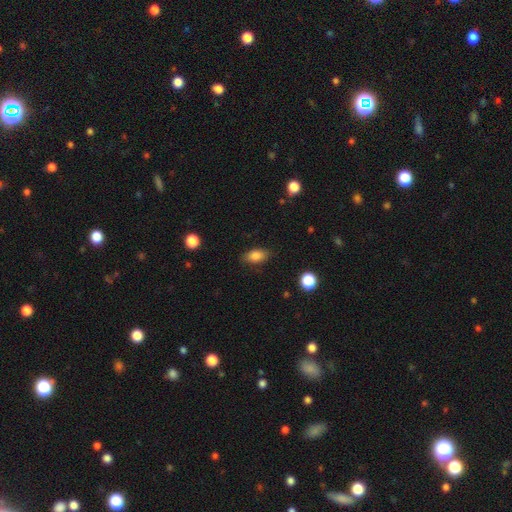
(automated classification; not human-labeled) This is clearly a smooth galaxy (84%). How rounded: clearly in between (88%). Merging: clearly none (84%).